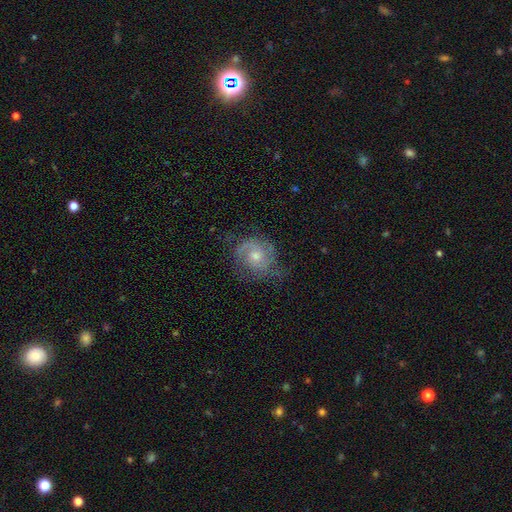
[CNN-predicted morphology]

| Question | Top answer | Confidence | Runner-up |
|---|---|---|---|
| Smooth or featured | featured or disk | 79% | smooth (13%) |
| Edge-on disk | no | 97% | yes (3%) |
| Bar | no | 72% | weak (24%) |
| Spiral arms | yes | 94% | no (6%) |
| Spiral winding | tight | 50% | medium (39%) |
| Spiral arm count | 2 | 60% | can't tell (16%) |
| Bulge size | moderate | 58% | small (35%) |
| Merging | none | 68% | minor disturbance (21%) |